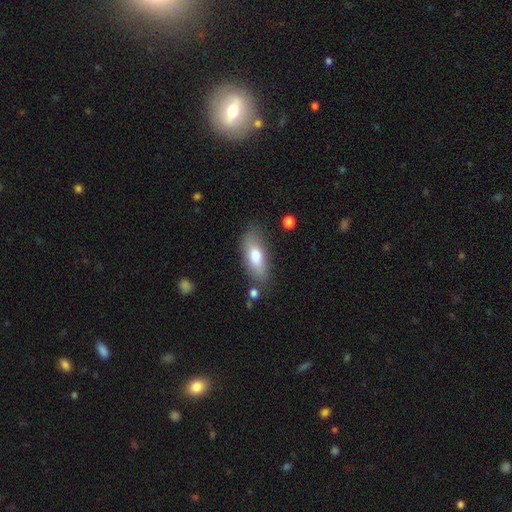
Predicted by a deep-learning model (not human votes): Overall: smooth (71%). How rounded: in between (75%). Merging: none (76%).